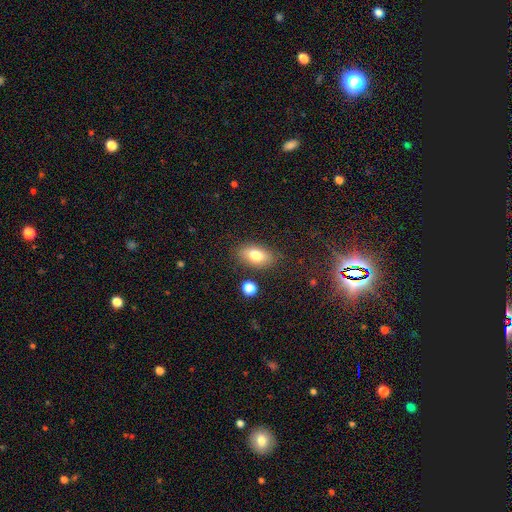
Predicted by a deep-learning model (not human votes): Smooth or featured? smooth (77%)
How rounded? in between (87%)
Merging? none (83%)